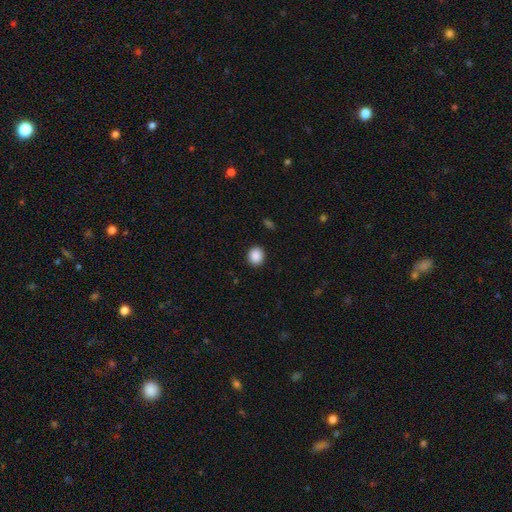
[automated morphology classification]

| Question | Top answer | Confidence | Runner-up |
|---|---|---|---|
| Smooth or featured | smooth | 89% | star or artifact (9%) |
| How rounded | round | 80% | in between (19%) |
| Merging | none | 91% | minor disturbance (6%) |